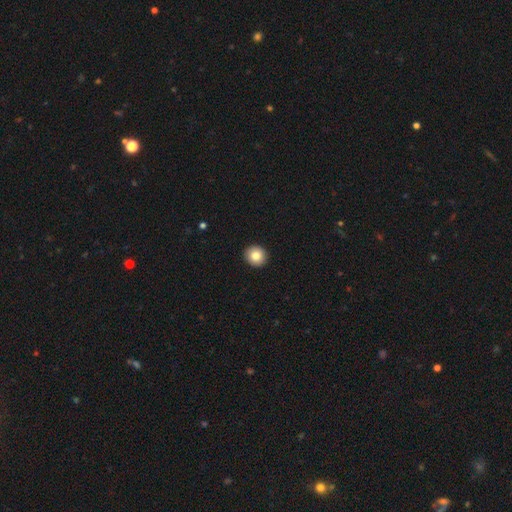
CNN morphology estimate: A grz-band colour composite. It shows a smooth galaxy with no disk features (82%) that is round (89%). Merging: none (93%).